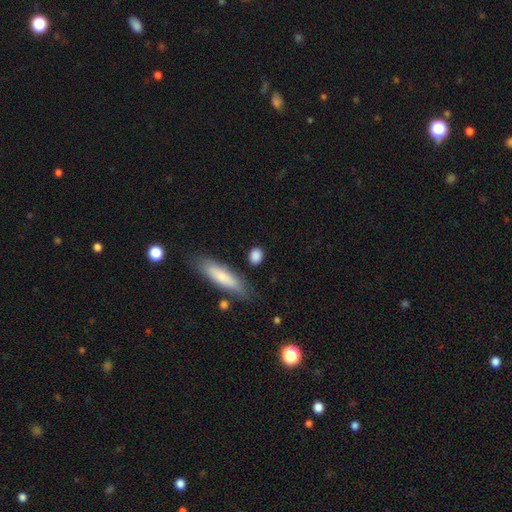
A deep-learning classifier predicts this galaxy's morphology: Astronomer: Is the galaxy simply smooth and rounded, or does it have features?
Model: smooth — 86%.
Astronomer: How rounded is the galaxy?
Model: in between — 50% (runner-up: round, 36%).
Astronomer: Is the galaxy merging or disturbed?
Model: none — 80%.